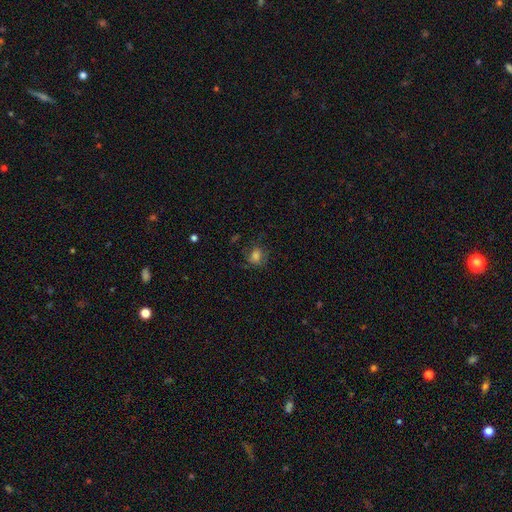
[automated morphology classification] Q: Smooth or featured?
A: smooth (71%); runner-up: star or artifact (16%)
Q: How rounded?
A: round (58%); runner-up: in between (41%)
Q: Merging?
A: none (63%); runner-up: minor disturbance (21%)